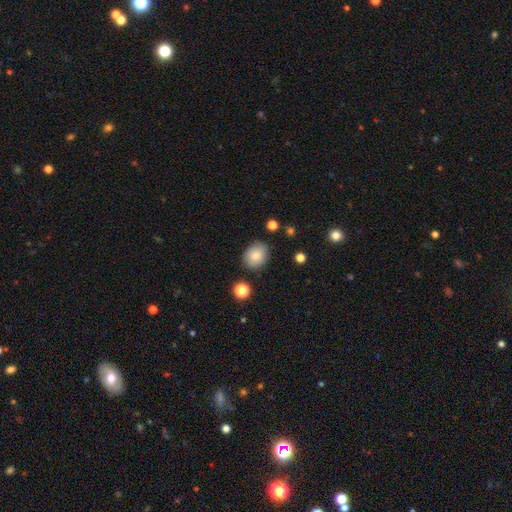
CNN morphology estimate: Smooth or featured?
  - smooth: 81% *
  - featured or disk: 10%
  - star or artifact: 9%
How rounded?
  - in between: 51% *
  - round: 48%
  - cigar-shaped: 1%
Merging?
  - none: 82% *
  - minor disturbance: 13%
  - major disturbance: 3%
  - merger: 2%